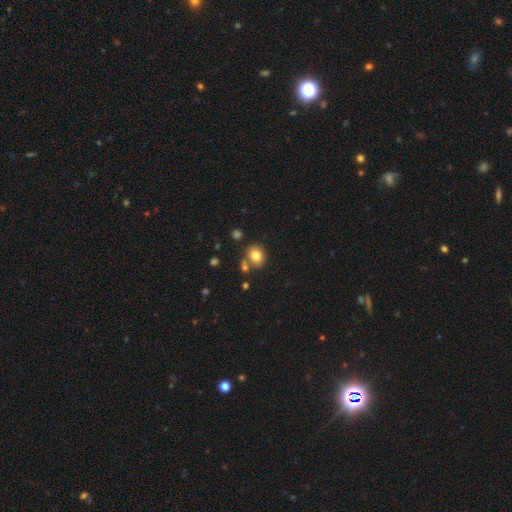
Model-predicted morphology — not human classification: Smooth or featured: smooth — 80% (star or artifact — 11%)
How rounded: round — 69% (in between — 30%)
Merging: none — 70% (merger — 15%)